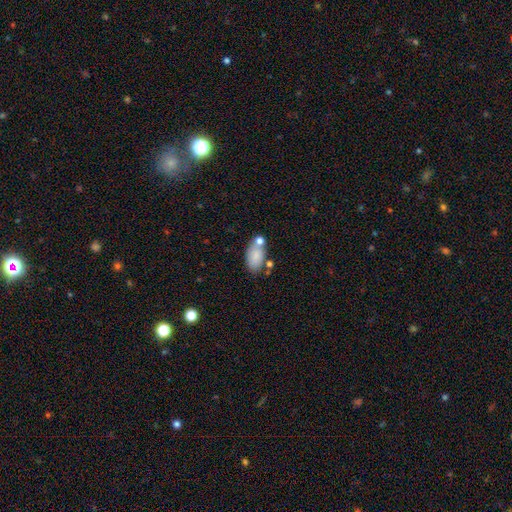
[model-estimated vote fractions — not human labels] Overall: smooth (82%). How rounded: in between (92%). Merging: none (59%; merger 20%).